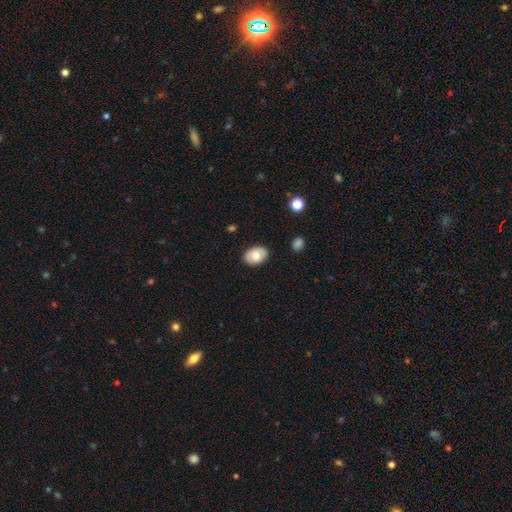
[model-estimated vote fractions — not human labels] Q: Smooth or featured?
A: smooth (66%); runner-up: featured or disk (27%)
Q: How rounded?
A: in between (78%); runner-up: round (21%)
Q: Merging?
A: none (86%); runner-up: minor disturbance (11%)